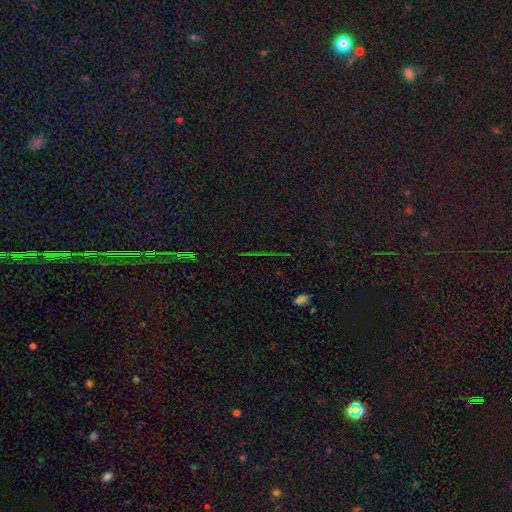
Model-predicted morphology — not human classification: type=star or artifact (77%).